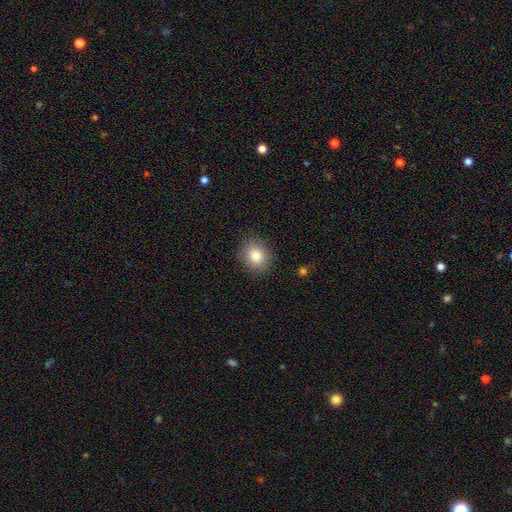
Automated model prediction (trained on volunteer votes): This is clearly a smooth galaxy (83%). How rounded: likely round (67%). Merging: clearly none (88%).